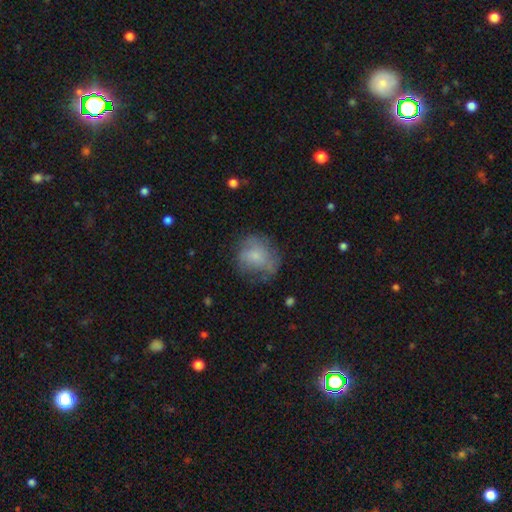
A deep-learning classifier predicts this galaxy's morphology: A smooth galaxy with no disk features (61%) that is round (73%). Merging: none (54%).